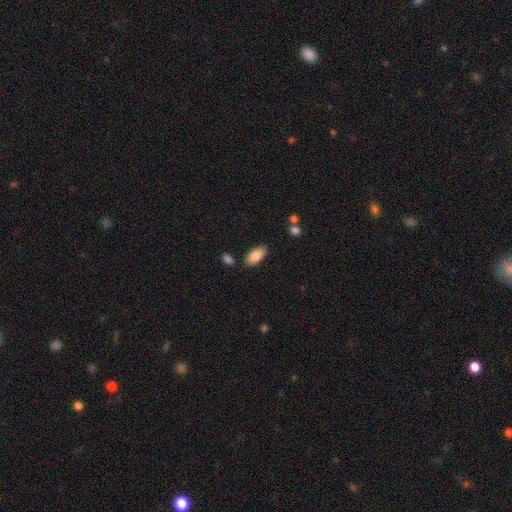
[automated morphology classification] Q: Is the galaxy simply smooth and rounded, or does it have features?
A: smooth — 86%.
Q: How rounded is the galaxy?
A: in between — 91%.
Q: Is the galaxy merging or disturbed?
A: none — 83%.